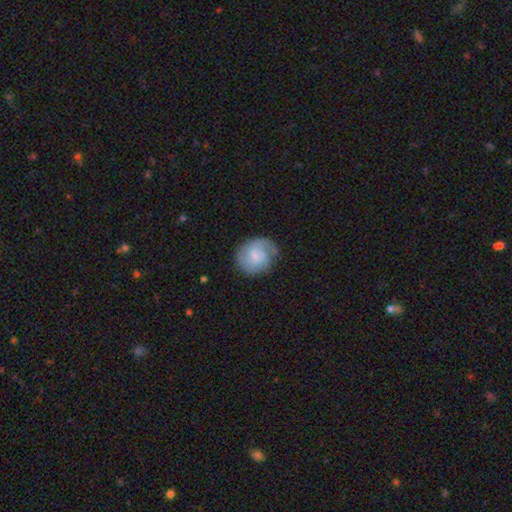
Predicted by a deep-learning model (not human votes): Smooth or featured? featured or disk (48%)
Merging? none (65%)